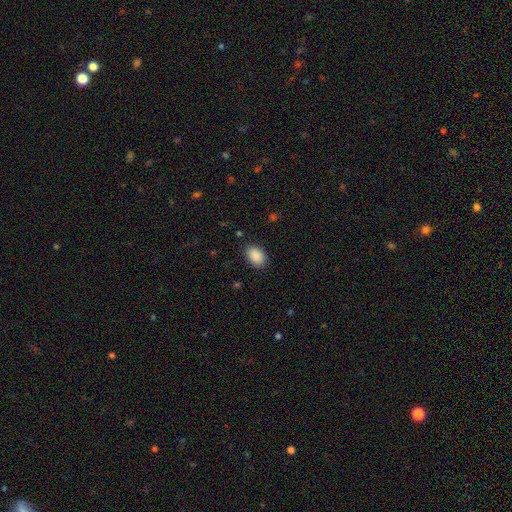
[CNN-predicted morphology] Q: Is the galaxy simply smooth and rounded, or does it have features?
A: smooth — 90%.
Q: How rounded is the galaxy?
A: in between — 83%.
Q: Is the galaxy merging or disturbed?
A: none — 86%.